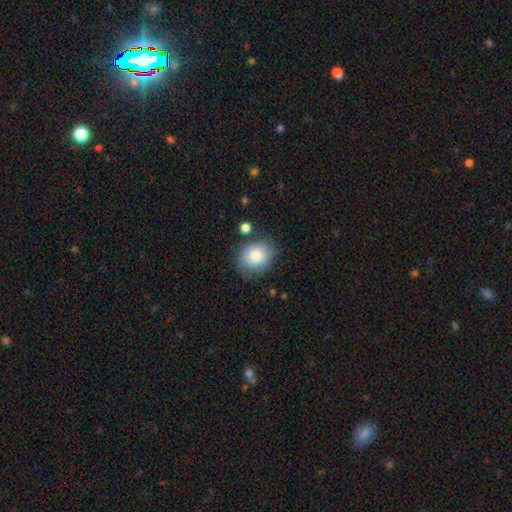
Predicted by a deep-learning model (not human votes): The model was most divided on "how rounded": round: 66%, in between: 33%, cigar-shaped: 1%. More confident: smooth or featured — smooth (79%); merging — none (70%).